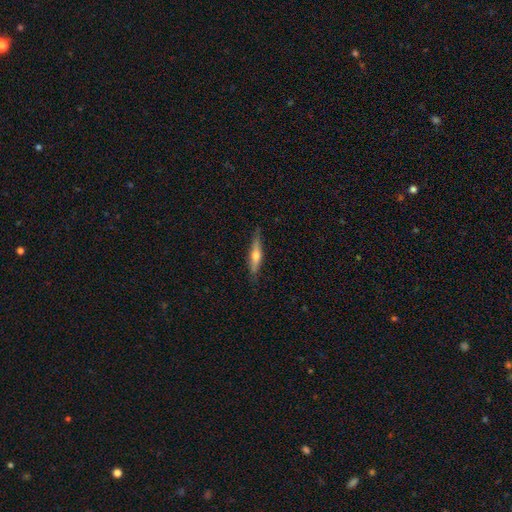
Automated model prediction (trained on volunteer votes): featured or disk 52%, smooth 42%, star or artifact 6%. Down the decision tree: edge-on disk — yes (94%); merging — none (83%).